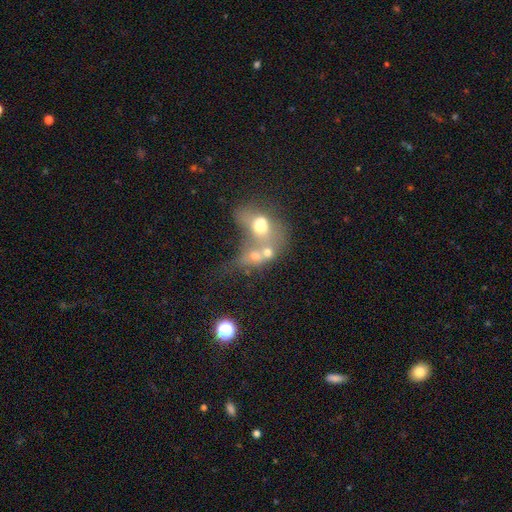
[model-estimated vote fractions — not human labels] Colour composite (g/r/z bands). It shows a smooth galaxy with no disk features (48%). Merging: merger (70%).